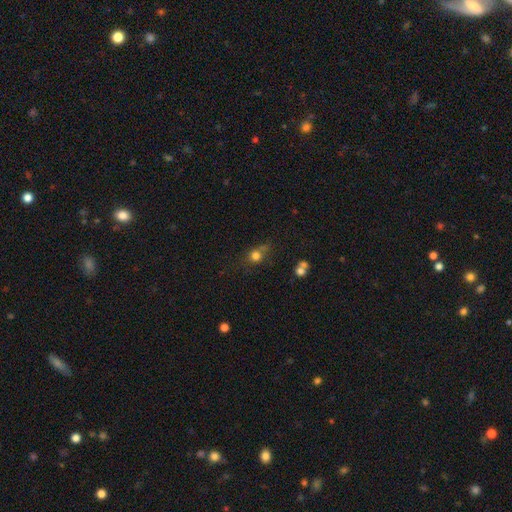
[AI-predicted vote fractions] This appears to be a smooth galaxy with no disk features (75%) that is round (78%). Merging: none (55%).